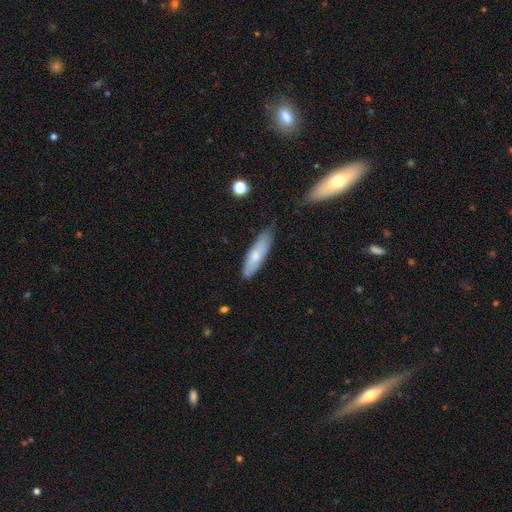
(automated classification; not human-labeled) Smooth or featured?
  - smooth: 68% *
  - featured or disk: 27%
  - star or artifact: 6%
How rounded?
  - cigar-shaped: 62% *
  - in between: 36%
  - round: 2%
Merging?
  - none: 71% *
  - minor disturbance: 24%
  - major disturbance: 4%
  - merger: 2%